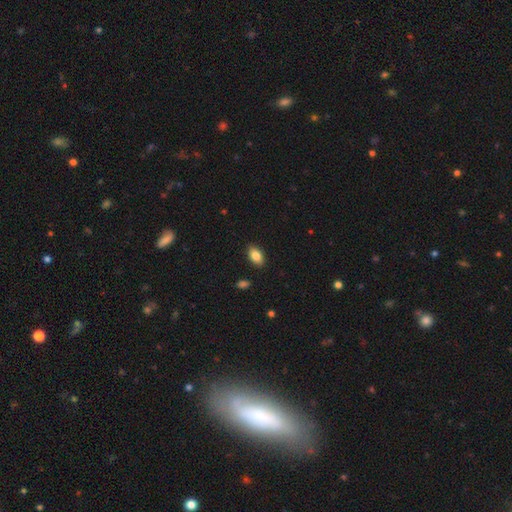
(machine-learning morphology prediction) Smooth or featured: smooth — 85% (star or artifact — 8%)
How rounded: in between — 91% (round — 6%)
Merging: none — 88% (minor disturbance — 8%)